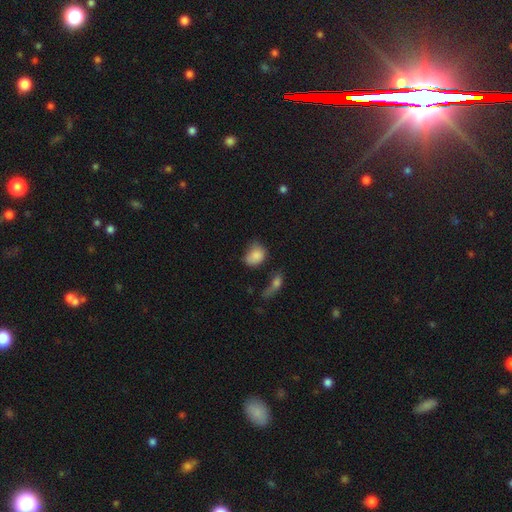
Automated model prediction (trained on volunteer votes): Q: Smooth or featured?
A: smooth (82%); runner-up: star or artifact (9%)
Q: How rounded?
A: in between (58%); runner-up: round (40%)
Q: Merging?
A: none (38%); runner-up: minor disturbance (33%)